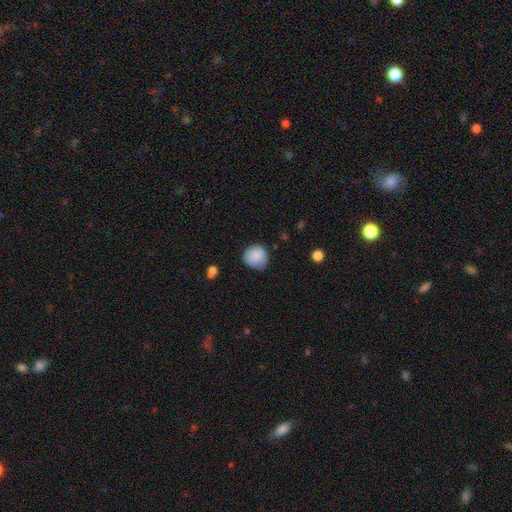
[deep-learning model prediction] smooth-or-featured: smooth: 87% | star or artifact: 8% | featured or disk: 5%
  how-rounded: round: 89% | in between: 10% | cigar-shaped: 1%
  merging: none: 72% | minor disturbance: 22% | major disturbance: 4% | merger: 2%